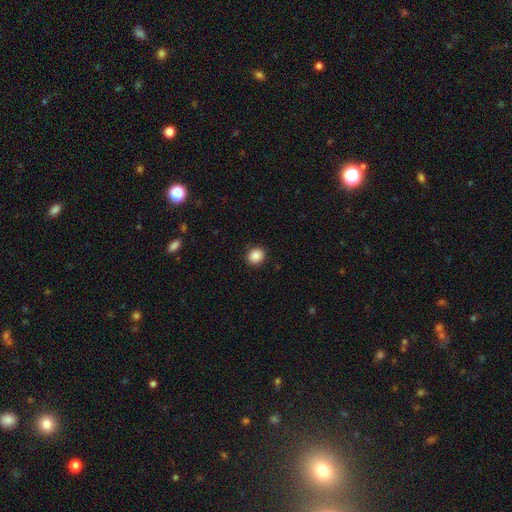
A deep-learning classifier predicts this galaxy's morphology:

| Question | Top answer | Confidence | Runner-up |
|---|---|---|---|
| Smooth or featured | smooth | 88% | star or artifact (9%) |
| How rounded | round | 78% | in between (21%) |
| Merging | none | 90% | minor disturbance (7%) |